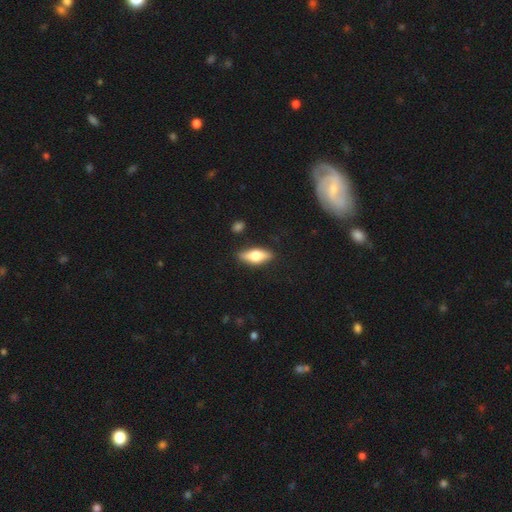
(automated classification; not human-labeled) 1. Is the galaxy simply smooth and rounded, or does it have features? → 58% smooth, 36% featured or disk, 6% star or artifact.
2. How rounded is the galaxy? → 67% in between, 29% cigar-shaped, 3% round.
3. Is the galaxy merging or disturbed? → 85% none, 11% minor disturbance, 2% major disturbance, 2% merger.